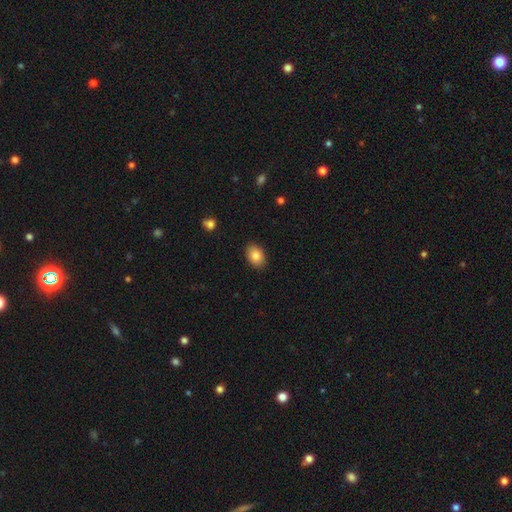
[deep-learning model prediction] Morphology: type=smooth (84%); roundness=in between (80%); merging=none (88%).